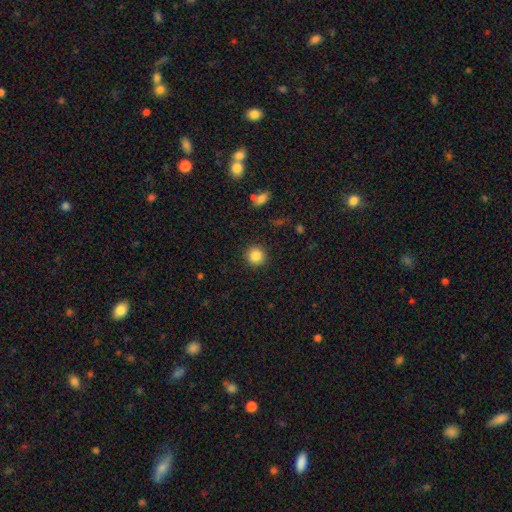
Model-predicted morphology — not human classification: smooth-or-featured: smooth: 86% | star or artifact: 10% | featured or disk: 4%
  how-rounded: round: 93% | in between: 6% | cigar-shaped: 1%
  merging: none: 91% | minor disturbance: 6% | major disturbance: 2% | merger: 1%